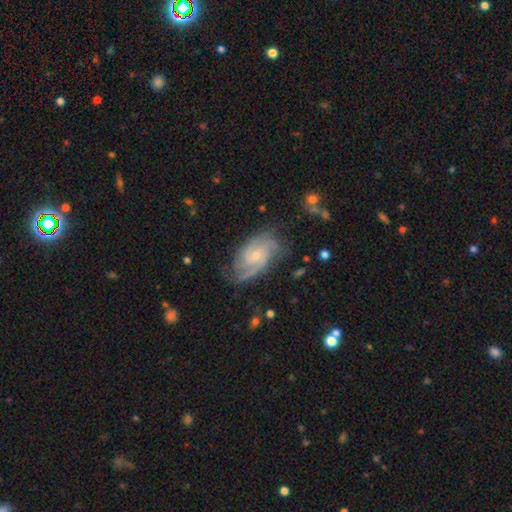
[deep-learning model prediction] This is clearly a featured or disk galaxy (86%). It is clearly not viewed edge-on (97%). Bar: possibly no (56%). Spiral arm pattern: clearly yes (97%). Spiral arm count: marginally 2 (42%). Spiral winding: possibly tight (48%). Central bulge: likely small (67%). Merging: likely none (71%).